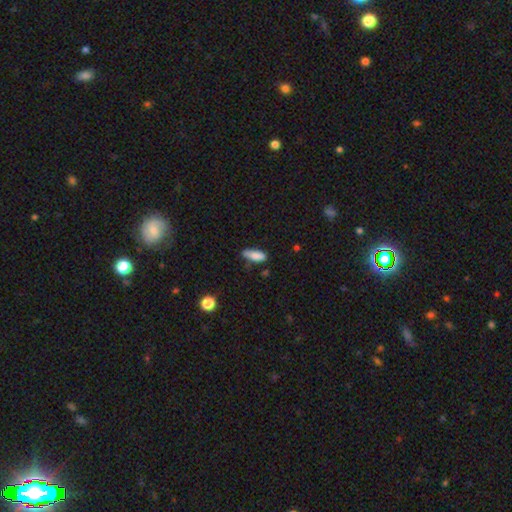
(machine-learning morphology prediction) A smooth galaxy with no disk features (80%) that is in between round and cigar-shaped (68%).

Vote fractions:
- Smooth or featured? smooth: 80% / featured or disk: 12% / star or artifact: 8%
- How rounded? in between: 68% / cigar-shaped: 29% / round: 2%
- Merging? none: 54% / minor disturbance: 33% / major disturbance: 8% / merger: 5%